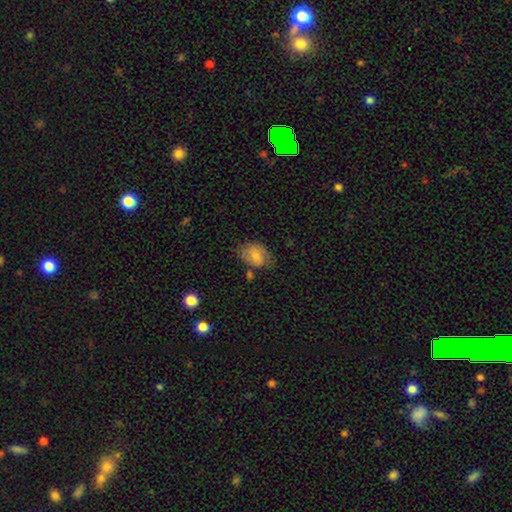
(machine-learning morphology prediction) smooth-or-featured: smooth: 68% | featured or disk: 24% | star or artifact: 8%
  how-rounded: in between: 75% | round: 24% | cigar-shaped: 1%
  merging: none: 62% | minor disturbance: 26% | major disturbance: 8% | merger: 4%